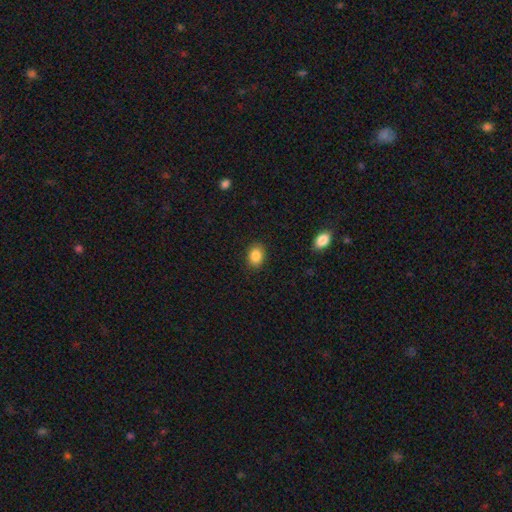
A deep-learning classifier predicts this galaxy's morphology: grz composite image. It shows a smooth galaxy with no disk features (87%) that is in between round and cigar-shaped (69%). Merging: none (88%).